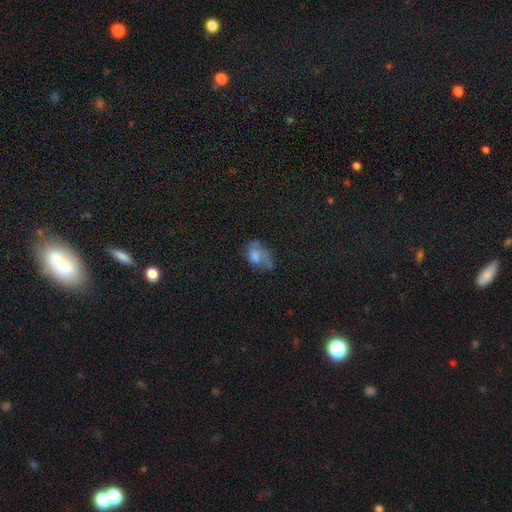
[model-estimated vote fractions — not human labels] Overall: smooth (59%; featured or disk 28%). How rounded: in between (84%). Merging: major disturbance (33%; none 31%).